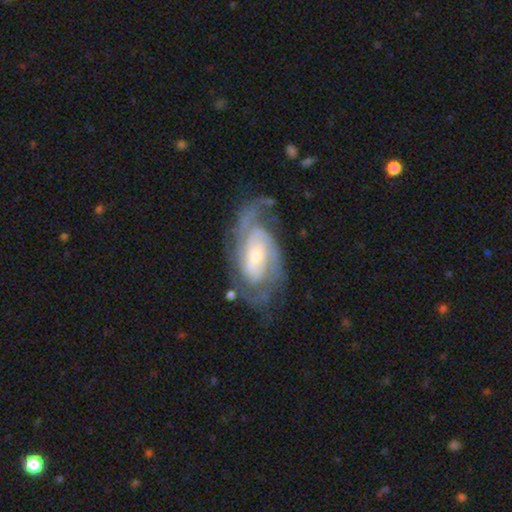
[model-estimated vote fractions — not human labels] Smooth or featured? featured or disk (88%)
Edge-on disk? no (96%)
Bar? no (49%)
Spiral arms? yes (96%)
Spiral winding? tight (53%)
Spiral arm count? 2 (43%)
Bulge size? small (56%)
Merging? none (63%)